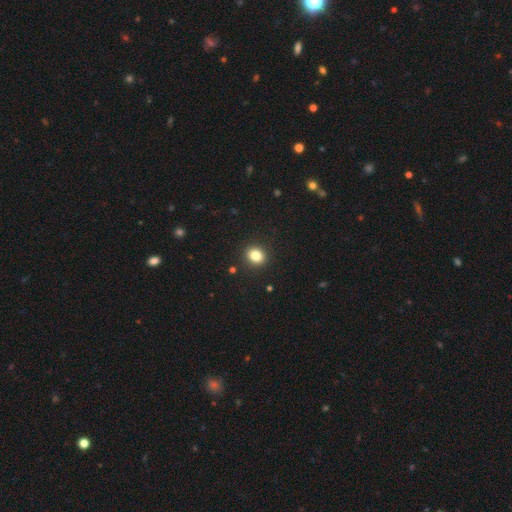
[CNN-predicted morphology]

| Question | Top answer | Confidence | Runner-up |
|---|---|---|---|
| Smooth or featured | smooth | 83% | star or artifact (11%) |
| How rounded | round | 65% | in between (35%) |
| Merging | none | 91% | minor disturbance (6%) |